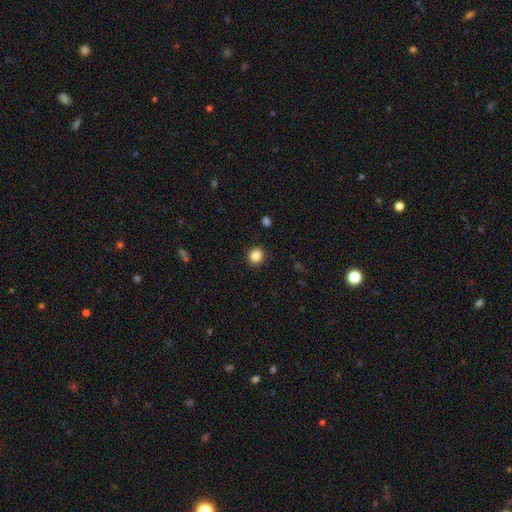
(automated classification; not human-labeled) smooth 86%, star or artifact 10%, featured or disk 4%. Down the decision tree: how rounded — round (89%); merging — none (91%).